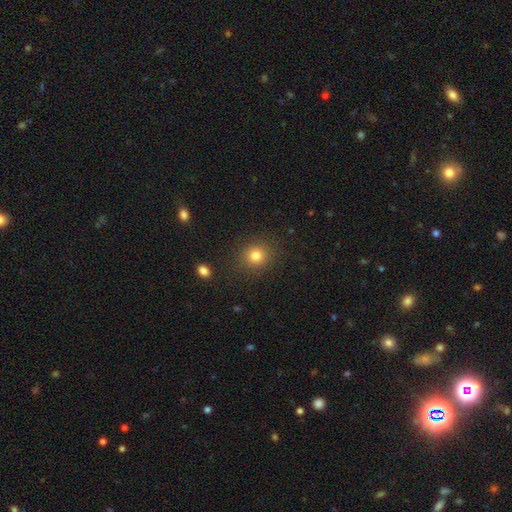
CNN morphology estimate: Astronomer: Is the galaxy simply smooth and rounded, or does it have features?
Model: smooth — 81%.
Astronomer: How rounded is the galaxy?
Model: round — 87%.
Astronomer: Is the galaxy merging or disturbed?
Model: none — 88%.